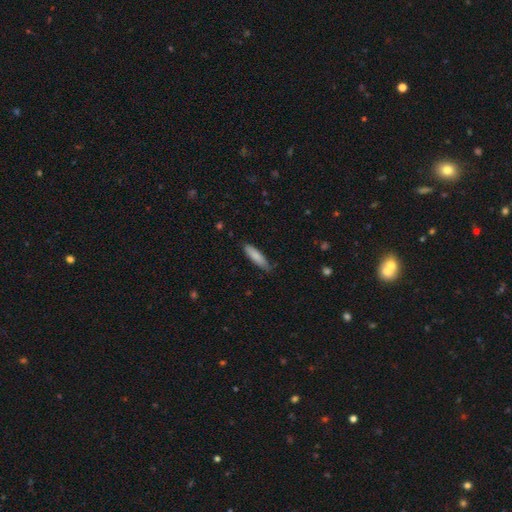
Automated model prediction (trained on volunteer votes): Overall: smooth (85%). How rounded: cigar-shaped (69%; in between 30%). Merging: none (77%).